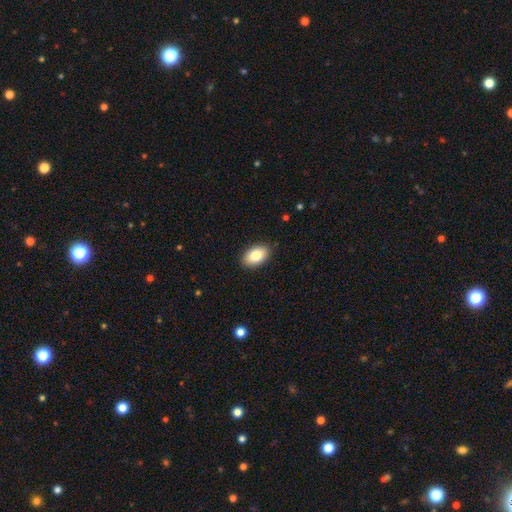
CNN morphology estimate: Smooth or featured: smooth — 83% (featured or disk — 10%)
How rounded: in between — 92% (round — 6%)
Merging: none — 89% (minor disturbance — 8%)